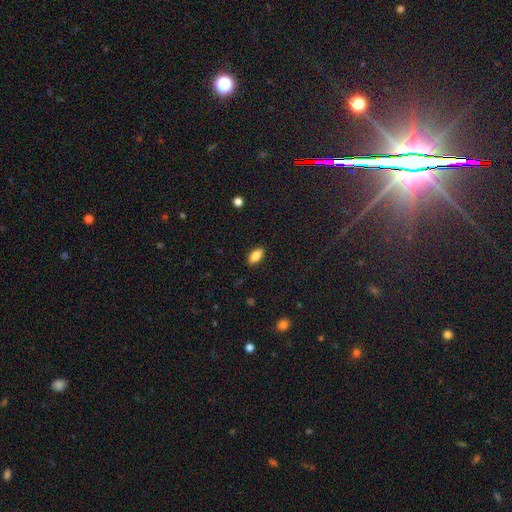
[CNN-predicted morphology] smooth-or-featured: smooth: 86% | star or artifact: 8% | featured or disk: 6%
  how-rounded: in between: 90% | cigar-shaped: 7% | round: 3%
  merging: none: 88% | minor disturbance: 8% | major disturbance: 2% | merger: 1%